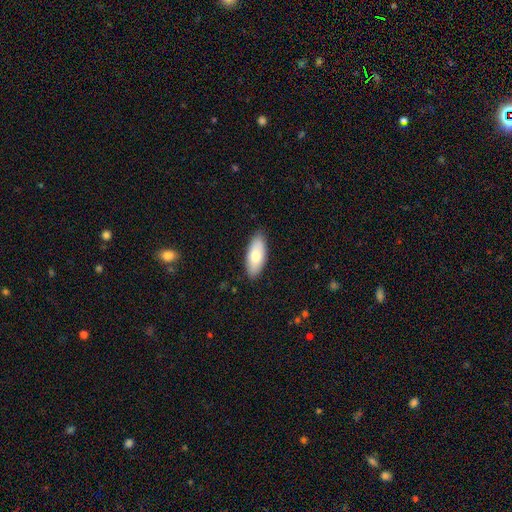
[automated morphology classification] type=smooth (74%); roundness=in between (86%); merging=none (86%).